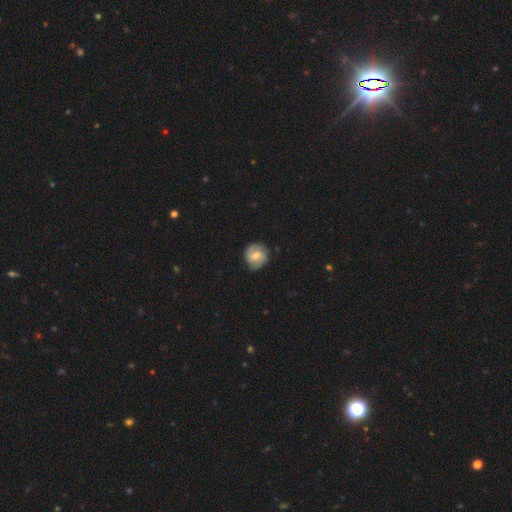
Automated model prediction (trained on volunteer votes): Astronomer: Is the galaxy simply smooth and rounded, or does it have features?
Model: featured or disk — 51% (runner-up: smooth, 42%).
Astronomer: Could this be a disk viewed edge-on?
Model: no — 97%.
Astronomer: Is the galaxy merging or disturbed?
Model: none — 82%.